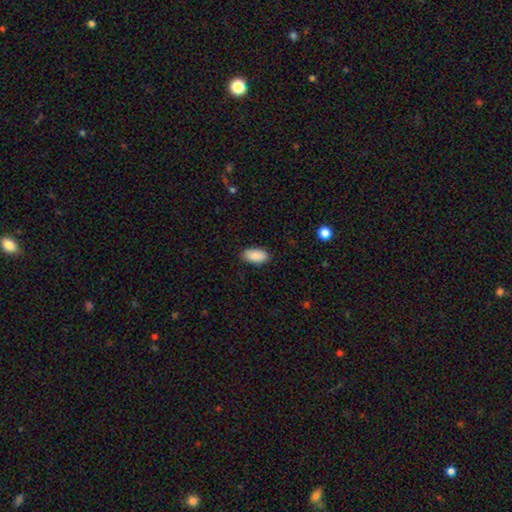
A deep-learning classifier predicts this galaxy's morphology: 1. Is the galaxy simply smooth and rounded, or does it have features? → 91% smooth, 6% star or artifact, 3% featured or disk.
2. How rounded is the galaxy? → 94% in between, 4% cigar-shaped, 2% round.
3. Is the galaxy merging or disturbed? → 89% none, 8% minor disturbance, 2% major disturbance, 1% merger.